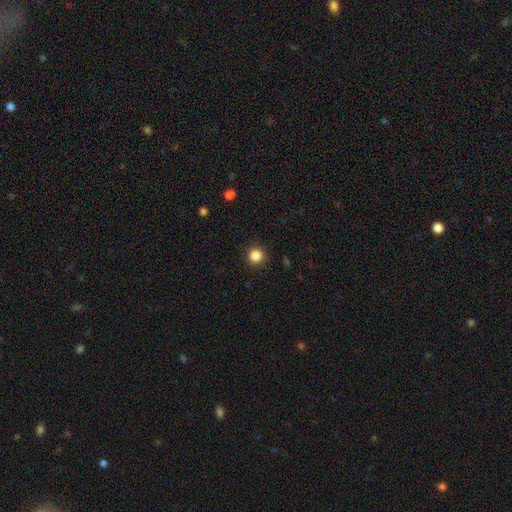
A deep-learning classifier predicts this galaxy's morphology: Smooth or featured: smooth — 86% (star or artifact — 11%)
How rounded: round — 95% (in between — 4%)
Merging: none — 92% (minor disturbance — 5%)